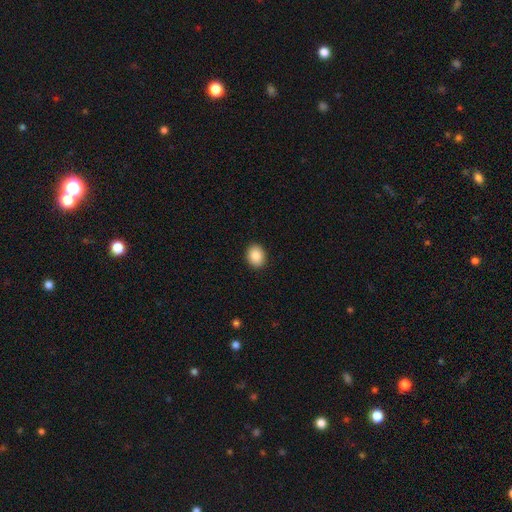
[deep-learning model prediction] smooth_or_featured: smooth (p=0.89) [alt: star or artifact p=0.08]
how_rounded: in between (p=0.53) [alt: round p=0.46]
merging: none (p=0.91) [alt: minor disturbance p=0.06]